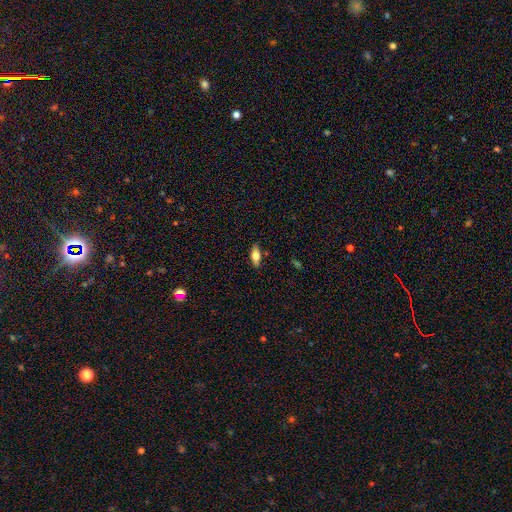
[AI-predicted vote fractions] Overall: smooth (67%). How rounded: in between (77%). Merging: none (86%).